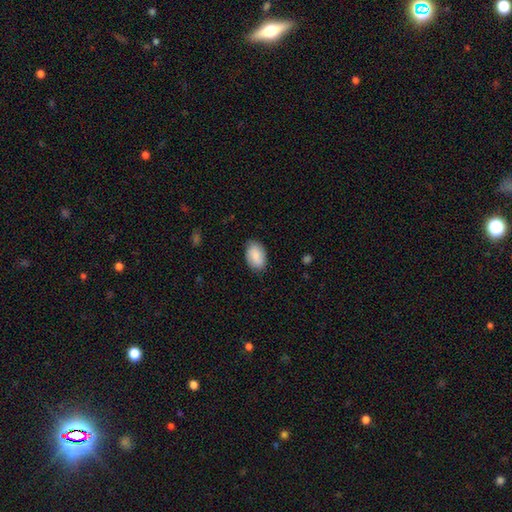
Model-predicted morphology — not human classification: smooth_or_featured: smooth (p=0.85) [alt: featured or disk p=0.09]
how_rounded: in between (p=0.91) [alt: round p=0.08]
merging: none (p=0.83) [alt: minor disturbance p=0.13]